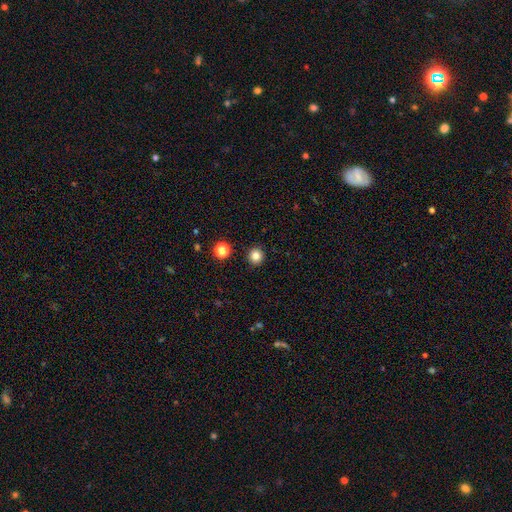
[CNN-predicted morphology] Smooth or featured? Predicted: smooth (p=0.83). How rounded? Predicted: round (p=0.93). Merging? Predicted: none (p=0.92).